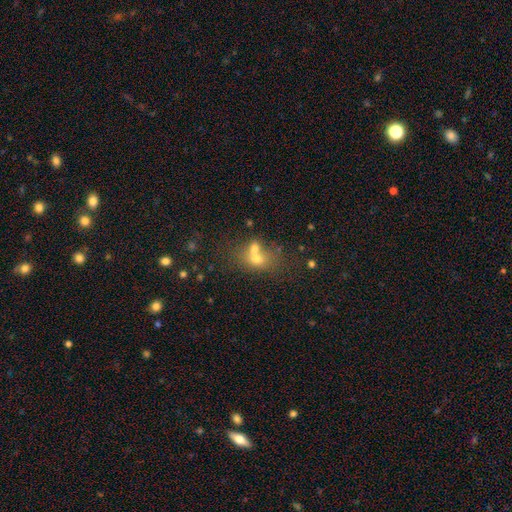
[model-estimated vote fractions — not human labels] smooth-or-featured: smooth: 61% | featured or disk: 23% | star or artifact: 17%
  how-rounded: in between: 51% | round: 47% | cigar-shaped: 2%
  merging: merger: 58% | none: 27% | minor disturbance: 8% | major disturbance: 7%